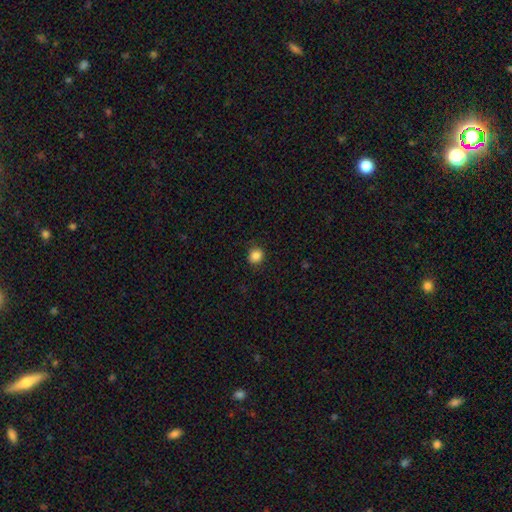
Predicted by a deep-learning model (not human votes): smooth-or-featured: smooth: 86% | star or artifact: 10% | featured or disk: 4%
  how-rounded: round: 86% | in between: 13% | cigar-shaped: 1%
  merging: none: 86% | minor disturbance: 10% | major disturbance: 3% | merger: 1%